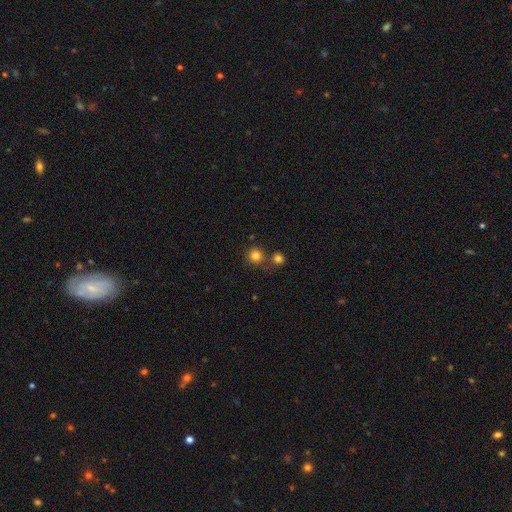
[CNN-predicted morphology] A smooth galaxy with no disk features (80%) that is round (93%).

Vote fractions:
- Smooth or featured? smooth: 80% / star or artifact: 14% / featured or disk: 6%
- How rounded? round: 93% / in between: 6% / cigar-shaped: 1%
- Merging? none: 71% / merger: 19% / minor disturbance: 7% / major disturbance: 3%